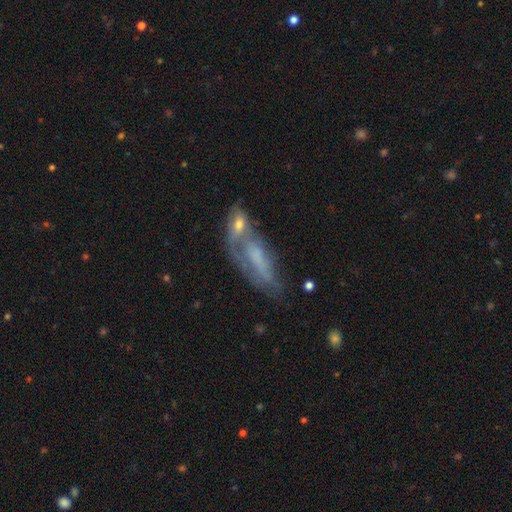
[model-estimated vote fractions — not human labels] Smooth or featured? Predicted: featured or disk (p=0.54). Edge-on disk? Predicted: no (p=0.81). Merging? Predicted: merger (p=0.45).